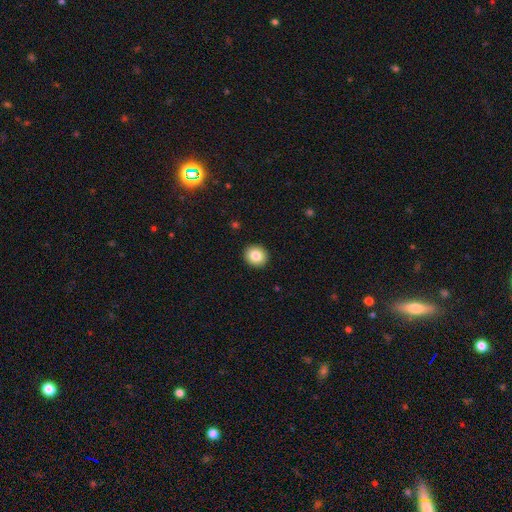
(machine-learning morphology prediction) Smooth or featured: smooth — 84% (star or artifact — 9%)
How rounded: round — 84% (in between — 15%)
Merging: none — 92% (minor disturbance — 5%)